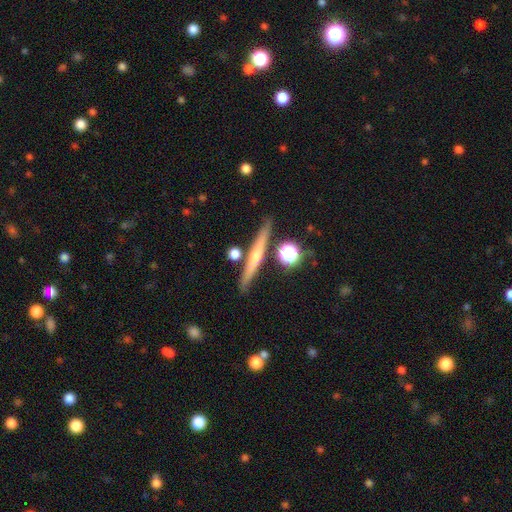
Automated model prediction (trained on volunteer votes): This is likely a featured or disk galaxy (60%). It is clearly viewed edge-on (96%). Edge-on bulge: likely rounded (69%). Merging: clearly none (85%).